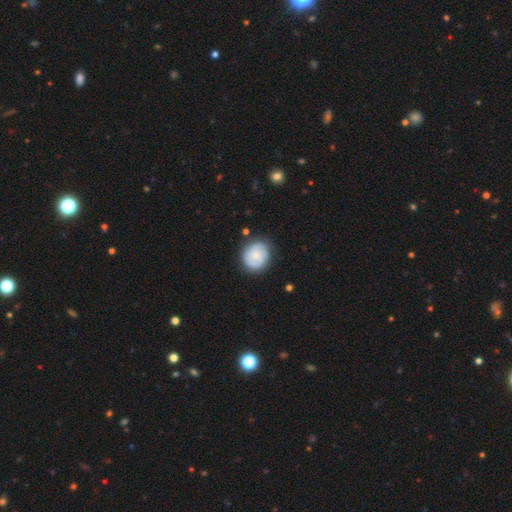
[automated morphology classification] This is likely a smooth galaxy (62%). How rounded: likely round (76%). Merging: likely none (77%).